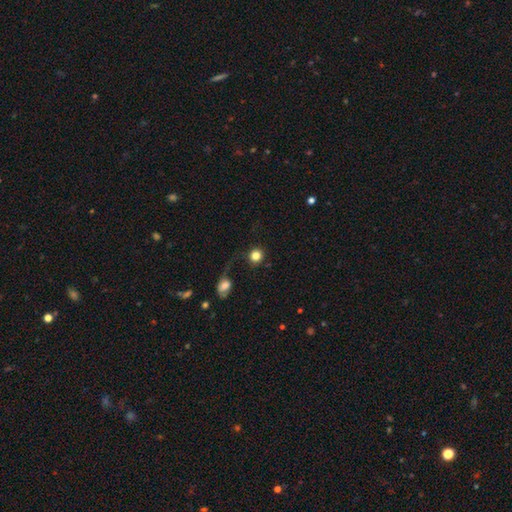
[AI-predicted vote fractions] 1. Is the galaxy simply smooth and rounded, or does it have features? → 83% smooth, 10% star or artifact, 7% featured or disk.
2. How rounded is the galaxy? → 90% round, 9% in between, 1% cigar-shaped.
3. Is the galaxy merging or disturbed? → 73% none, 11% minor disturbance, 9% major disturbance, 8% merger.